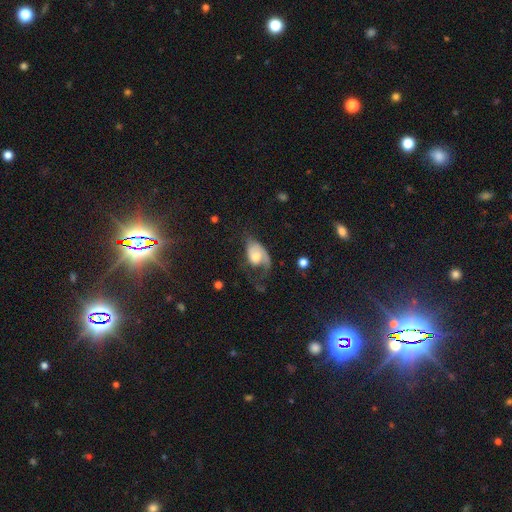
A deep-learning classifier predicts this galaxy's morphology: Q: Smooth or featured?
A: featured or disk (50%); runner-up: smooth (42%)
Q: Merging?
A: major disturbance (47%); runner-up: none (26%)